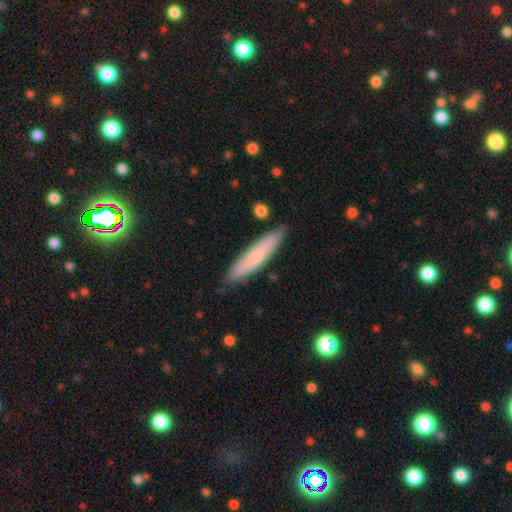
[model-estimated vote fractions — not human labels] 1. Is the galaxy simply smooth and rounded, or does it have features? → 66% smooth, 27% featured or disk, 7% star or artifact.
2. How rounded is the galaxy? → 84% cigar-shaped, 15% in between, 1% round.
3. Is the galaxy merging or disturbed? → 86% none, 10% minor disturbance, 2% major disturbance, 2% merger.